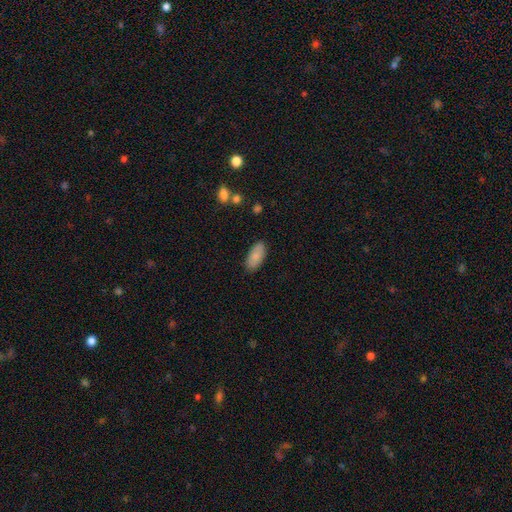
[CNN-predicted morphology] This is clearly a smooth galaxy (85%). How rounded: clearly in between (90%). Merging: clearly none (86%).